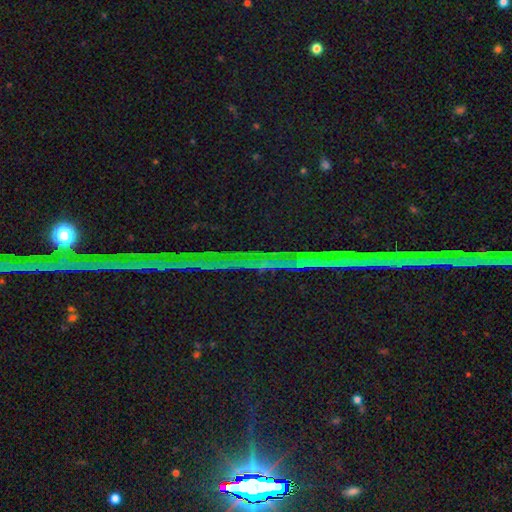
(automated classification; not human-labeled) star or artifact 87%, featured or disk 7%, smooth 5%.